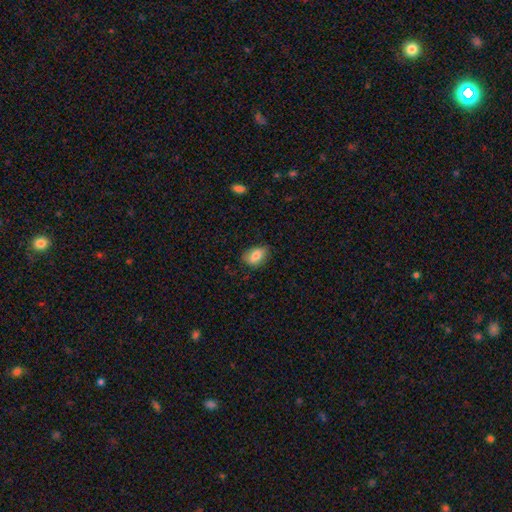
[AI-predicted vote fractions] Smooth or featured? smooth (80%)
How rounded? in between (84%)
Merging? none (70%)